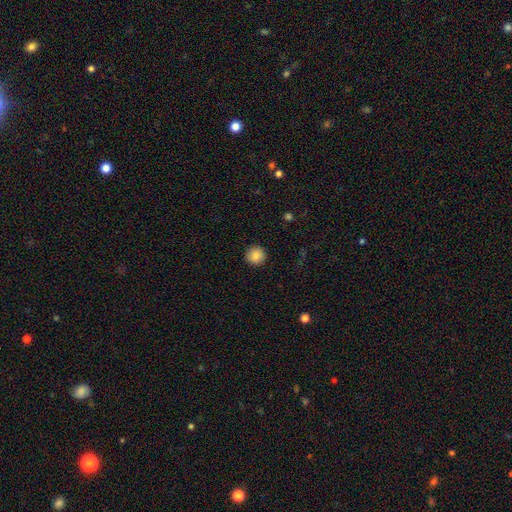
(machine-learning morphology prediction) Q: Smooth or featured?
A: smooth (87%); runner-up: star or artifact (9%)
Q: How rounded?
A: round (95%); runner-up: in between (4%)
Q: Merging?
A: none (92%); runner-up: minor disturbance (5%)